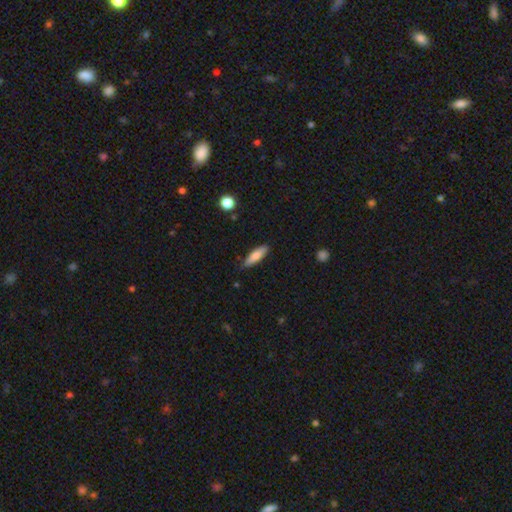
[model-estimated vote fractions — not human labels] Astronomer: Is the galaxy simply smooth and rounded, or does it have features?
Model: smooth — 73%.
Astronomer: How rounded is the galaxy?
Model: cigar-shaped — 63%.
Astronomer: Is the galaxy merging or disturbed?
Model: none — 81%.